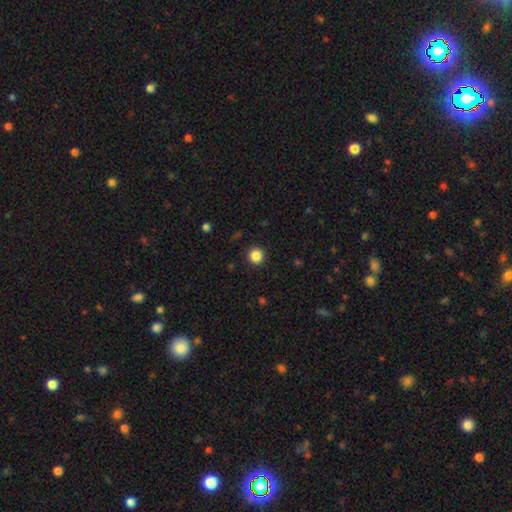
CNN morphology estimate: A smooth galaxy with no disk features (86%) that is round (95%). Merging: none (92%).